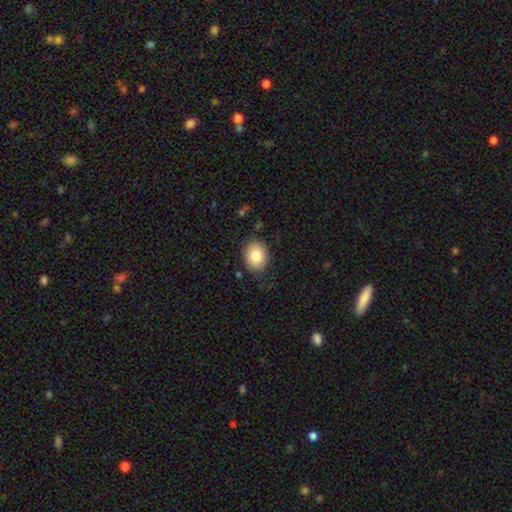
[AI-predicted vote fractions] A smooth galaxy with no disk features (81%) that is round (53%).

Vote fractions:
- Smooth or featured? smooth: 81% / featured or disk: 10% / star or artifact: 8%
- How rounded? round: 53% / in between: 46% / cigar-shaped: 1%
- Merging? none: 81% / minor disturbance: 14% / major disturbance: 4% / merger: 1%